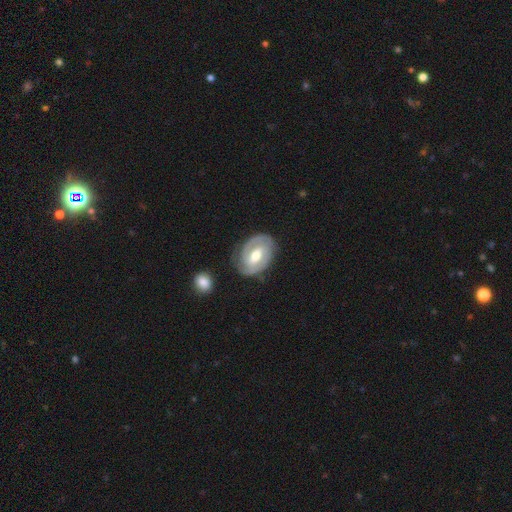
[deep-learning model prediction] Smooth or featured?
  - featured or disk: 80% *
  - smooth: 16%
  - star or artifact: 4%
Edge-on disk?
  - no: 97% *
  - yes: 3%
Bar?
  - weak: 48% *
  - strong: 29%
  - no: 22%
Spiral arms?
  - yes: 88% *
  - no: 12%
Spiral winding?
  - tight: 63% *
  - medium: 30%
  - loose: 7%
Spiral arm count?
  - 2: 81% *
  - can't tell: 10%
  - 1: 4%
  - 3: 3%
  - 4: 1%
  - more than 4: 1%
Bulge size?
  - moderate: 72% *
  - small: 15%
  - large: 11%
  - none: 1%
  - dominant: 1%
Merging?
  - none: 79% *
  - minor disturbance: 14%
  - major disturbance: 5%
  - merger: 2%